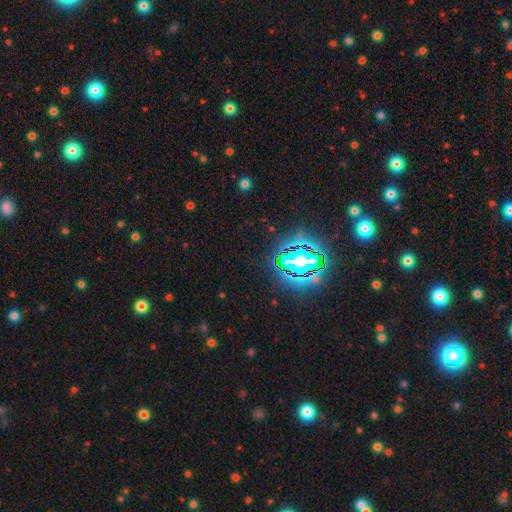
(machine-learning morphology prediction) star or artifact 81%, smooth 11%, featured or disk 8%.